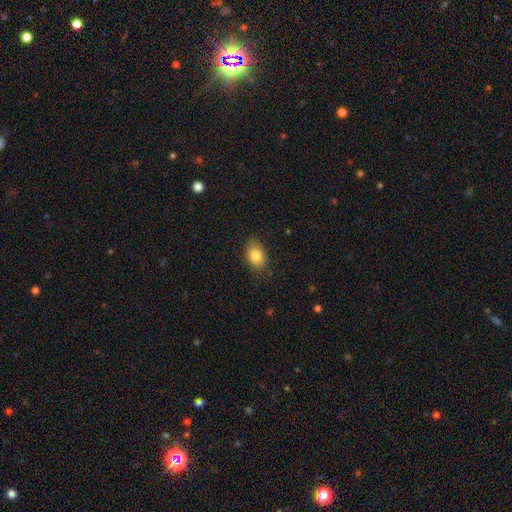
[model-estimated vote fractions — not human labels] Smooth or featured? Predicted: smooth (p=0.84). How rounded? Predicted: in between (p=0.83). Merging? Predicted: none (p=0.82).